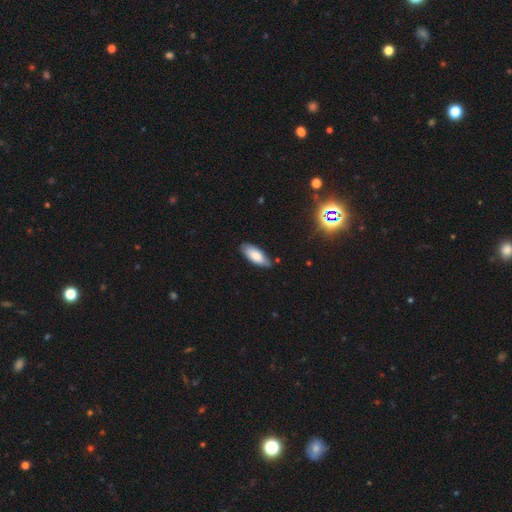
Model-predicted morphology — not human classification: Smooth or featured: smooth — 81% (featured or disk — 13%)
How rounded: in between — 80% (cigar-shaped — 19%)
Merging: none — 79% (minor disturbance — 17%)